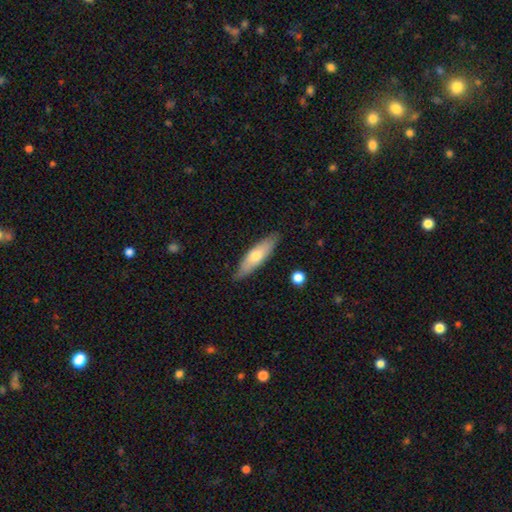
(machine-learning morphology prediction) A smooth galaxy with no disk features (61%) that is cigar-shaped (59%).

Vote fractions:
- Smooth or featured? smooth: 61% / featured or disk: 34% / star or artifact: 6%
- How rounded? cigar-shaped: 59% / in between: 39% / round: 2%
- Merging? none: 84% / minor disturbance: 13% / major disturbance: 2% / merger: 1%